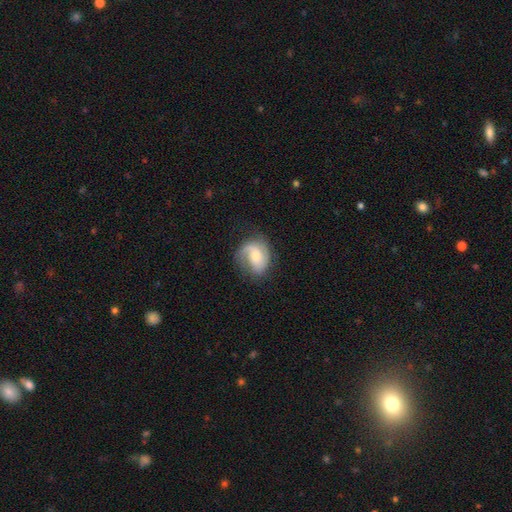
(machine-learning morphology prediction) smooth_or_featured: featured or disk (p=0.66) [alt: smooth p=0.27]
disk_edge_on: no (p=0.97) [alt: yes p=0.03]
bar: no (p=0.58) [alt: weak p=0.35]
has_spiral_arms: yes (p=0.92) [alt: no p=0.08]
spiral_winding: medium (p=0.43) [alt: loose p=0.29]
spiral_arm_count: 2 (p=0.48) [alt: 1 p=0.31]
bulge_size: moderate (p=0.47) [alt: small p=0.39]
merging: none (p=0.61) [alt: minor disturbance p=0.23]